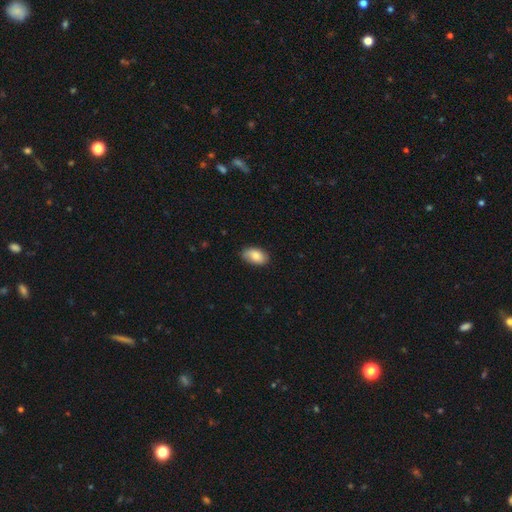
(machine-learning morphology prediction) Smooth or featured? smooth (83%)
How rounded? in between (92%)
Merging? none (82%)